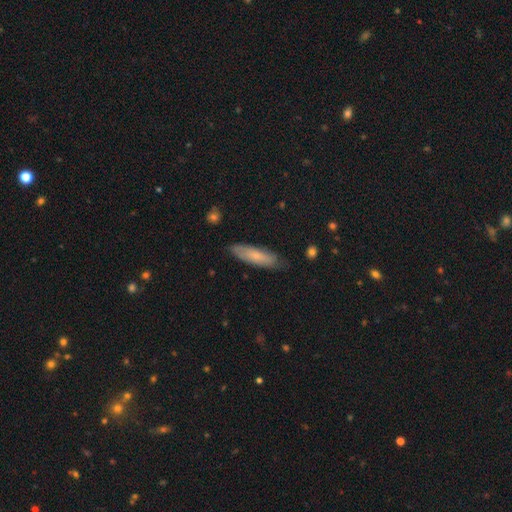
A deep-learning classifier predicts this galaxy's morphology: A smooth galaxy with no disk features (67%) that is cigar-shaped (57%). Merging: none (78%).